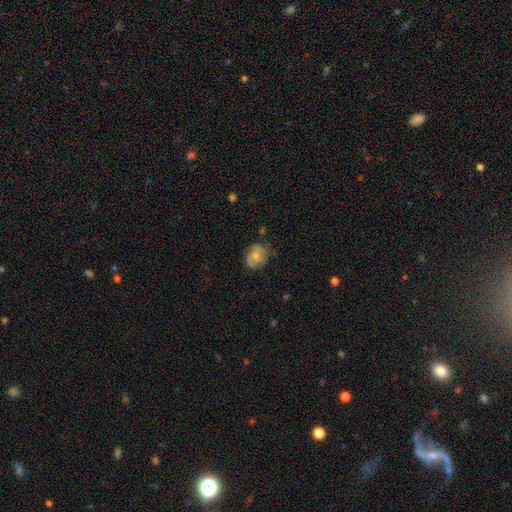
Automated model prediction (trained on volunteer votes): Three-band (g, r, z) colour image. It shows a featured or disk galaxy (53%) with no bar (67%), spiral arms (72%) and a moderate central bulge (48%). Merging: none (61%).